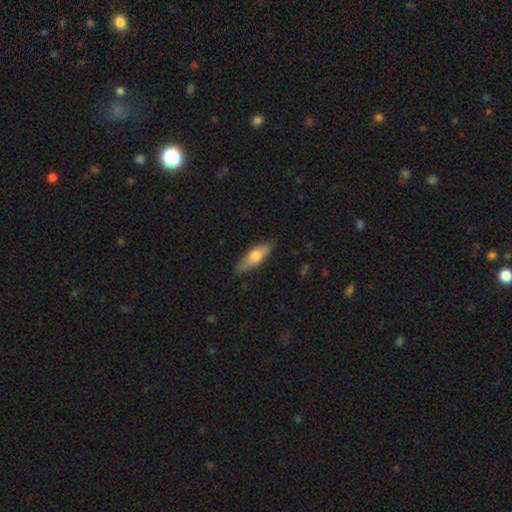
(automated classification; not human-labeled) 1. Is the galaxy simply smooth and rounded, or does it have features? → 64% smooth, 30% featured or disk, 6% star or artifact.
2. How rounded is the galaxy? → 56% in between, 42% cigar-shaped, 2% round.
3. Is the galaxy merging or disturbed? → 81% none, 16% minor disturbance, 2% major disturbance, 1% merger.